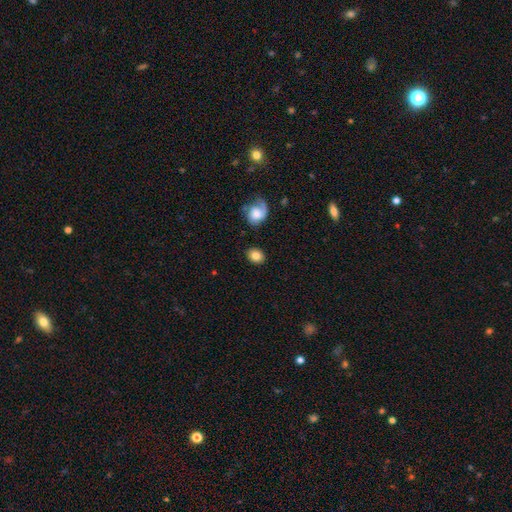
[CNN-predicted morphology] type=smooth (82%); roundness=round (51%); merging=none (85%).